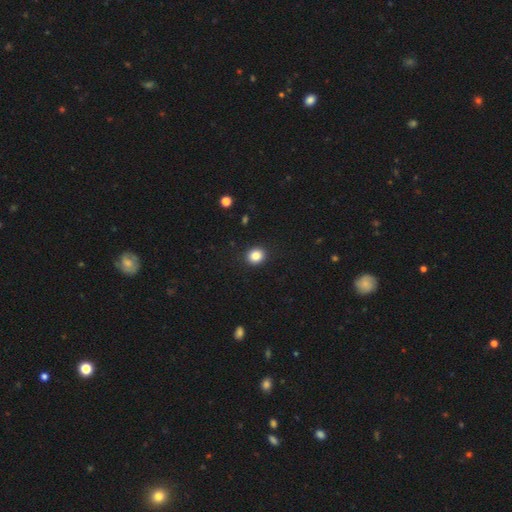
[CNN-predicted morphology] Smooth or featured? smooth (85%)
How rounded? round (80%)
Merging? none (92%)